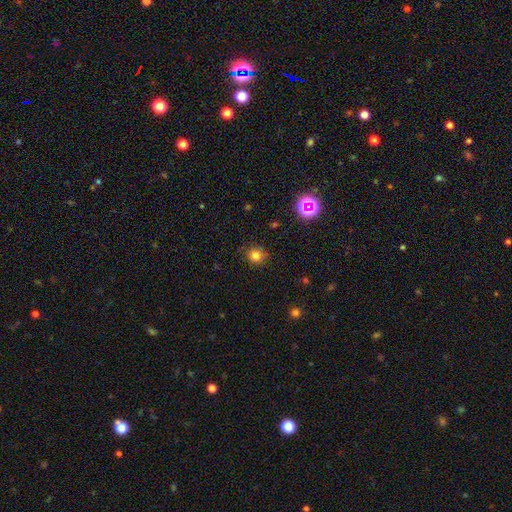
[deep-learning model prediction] This appears to be a smooth galaxy with no disk features (79%) that is round (88%). Merging: none (86%).